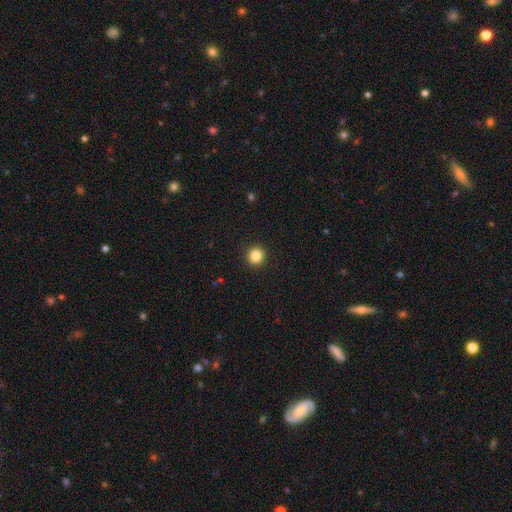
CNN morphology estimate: This appears to be a smooth galaxy with no disk features (85%) that is round (92%). Merging: none (93%).